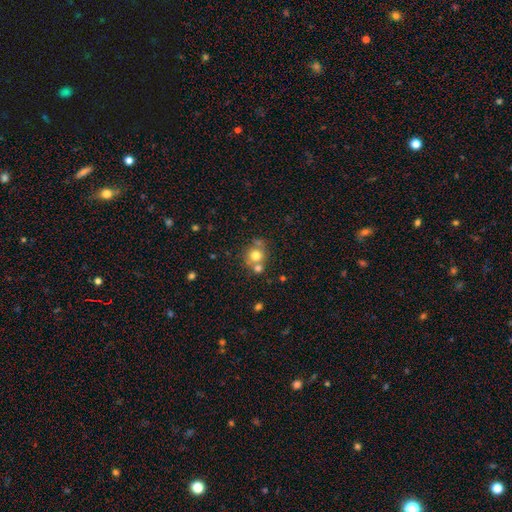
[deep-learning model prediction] A smooth galaxy with no disk features (73%) that is round (84%). Merging: none (54%).